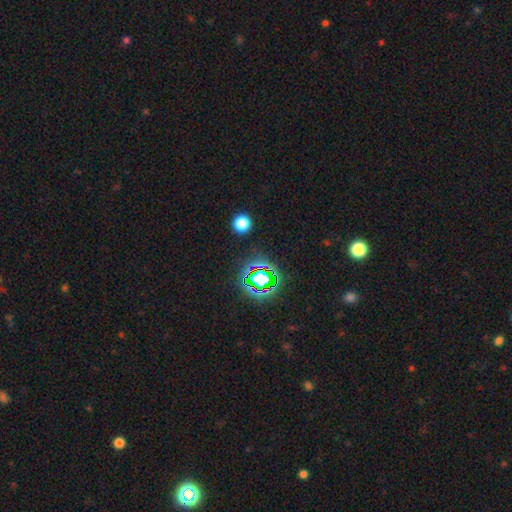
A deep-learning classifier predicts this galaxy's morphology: type=star or artifact (76%).